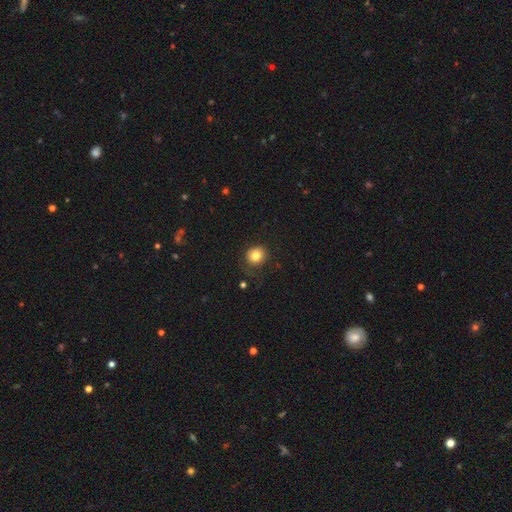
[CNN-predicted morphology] The model was most divided on "merging": none: 77%, minor disturbance: 16%, major disturbance: 6%, merger: 1%. More confident: how rounded — round (83%); smooth or featured — smooth (82%).